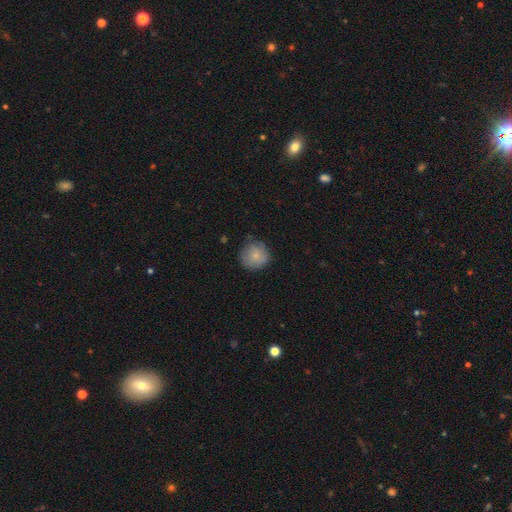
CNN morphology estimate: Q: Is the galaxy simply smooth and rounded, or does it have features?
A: smooth — 80%.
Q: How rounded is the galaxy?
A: round — 91%.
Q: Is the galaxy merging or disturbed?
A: none — 70%.